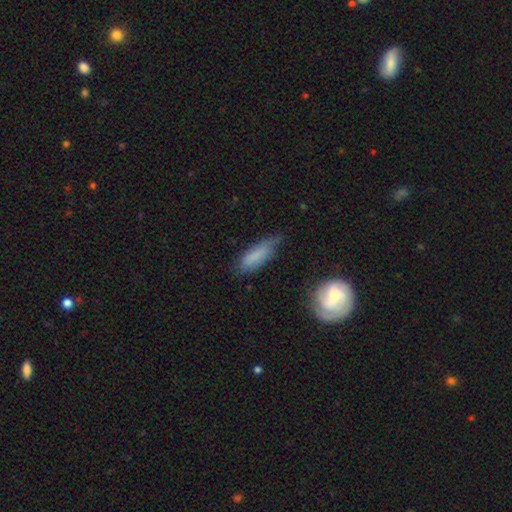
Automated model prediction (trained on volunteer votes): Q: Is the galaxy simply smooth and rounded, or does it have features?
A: smooth — 68%.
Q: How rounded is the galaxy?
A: cigar-shaped — 50%.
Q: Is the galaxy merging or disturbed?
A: none — 47%.